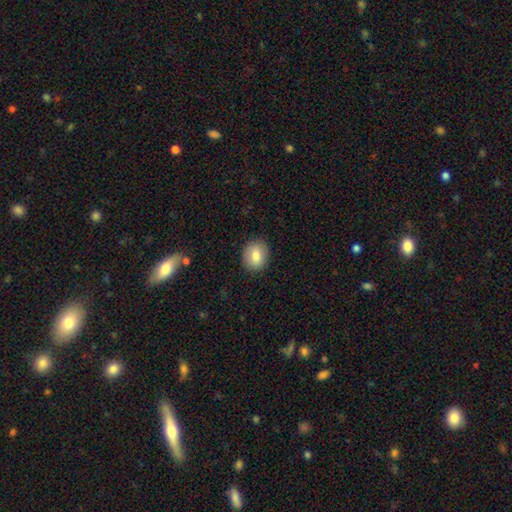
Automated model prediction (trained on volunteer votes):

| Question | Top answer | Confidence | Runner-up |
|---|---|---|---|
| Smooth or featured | smooth | 81% | featured or disk (10%) |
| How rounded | round | 66% | in between (33%) |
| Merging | none | 89% | minor disturbance (8%) |